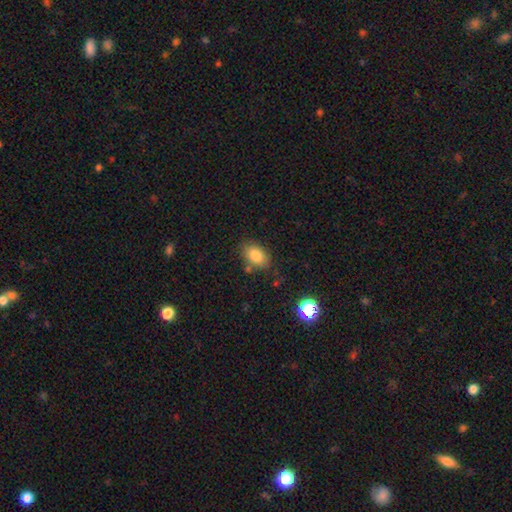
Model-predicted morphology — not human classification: Smooth or featured: smooth — 83% (star or artifact — 9%)
How rounded: in between — 86% (round — 12%)
Merging: none — 78% (minor disturbance — 14%)